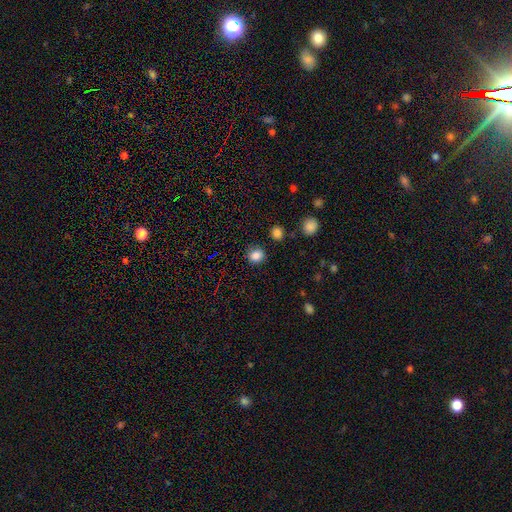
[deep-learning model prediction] This appears to be a smooth galaxy with no disk features (84%) that is round (85%). Merging: none (89%).